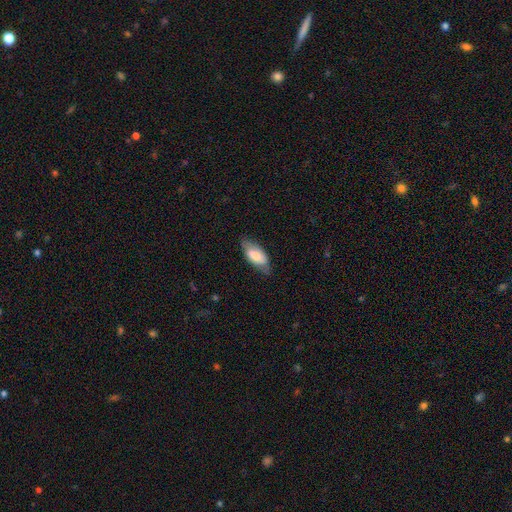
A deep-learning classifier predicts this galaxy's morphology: type=smooth (65%); roundness=in between (87%); merging=none (68%).